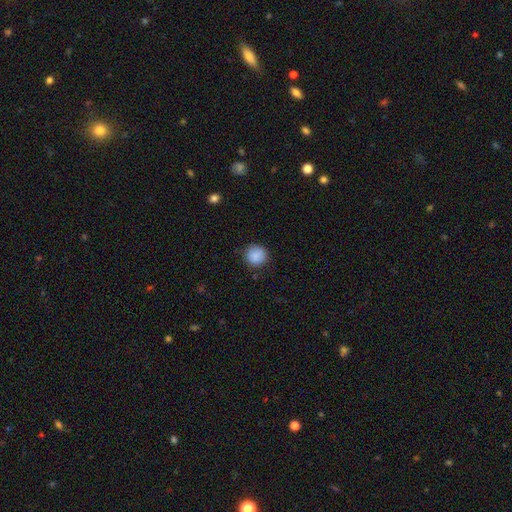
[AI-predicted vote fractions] Q: Smooth or featured?
A: smooth (88%); runner-up: star or artifact (8%)
Q: How rounded?
A: round (93%); runner-up: in between (6%)
Q: Merging?
A: none (88%); runner-up: minor disturbance (8%)